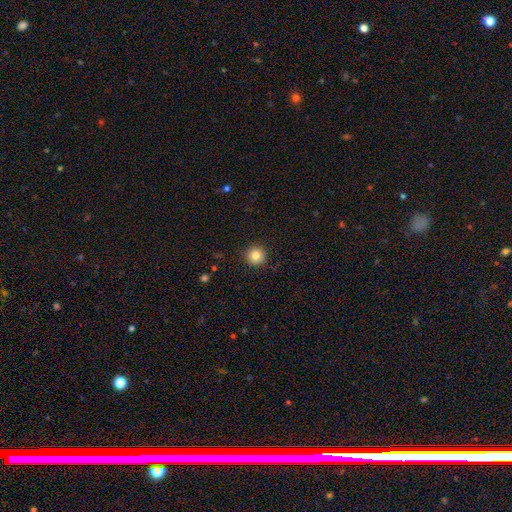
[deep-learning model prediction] smooth_or_featured: smooth (p=0.83) [alt: star or artifact p=0.10]
how_rounded: round (p=0.95) [alt: in between p=0.04]
merging: none (p=0.92) [alt: minor disturbance p=0.06]